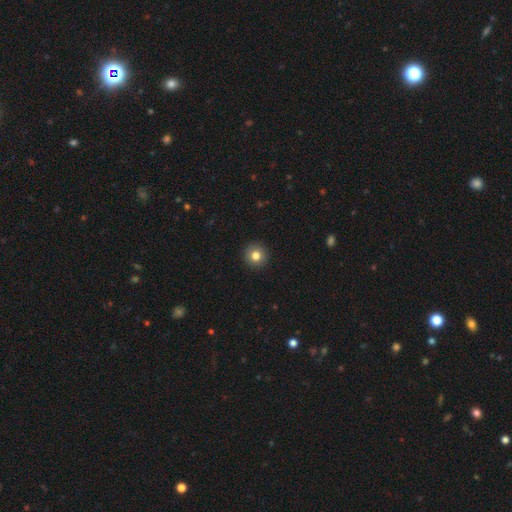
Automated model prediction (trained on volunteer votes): The model was most divided on "smooth or featured": smooth: 81%, star or artifact: 11%, featured or disk: 9%. More confident: how rounded — round (95%); merging — none (93%).